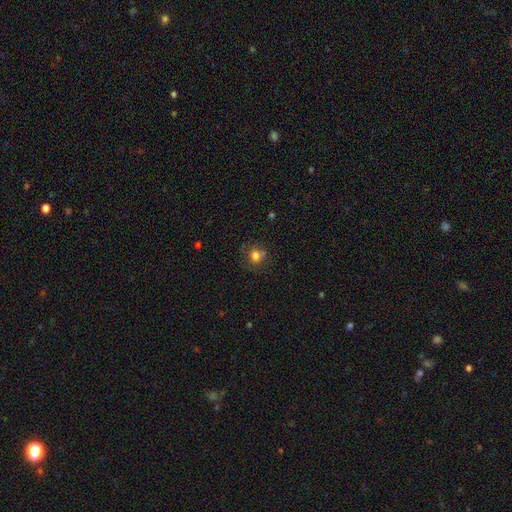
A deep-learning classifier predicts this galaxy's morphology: This appears to be a smooth galaxy with no disk features (73%) that is round (75%). Merging: none (62%).